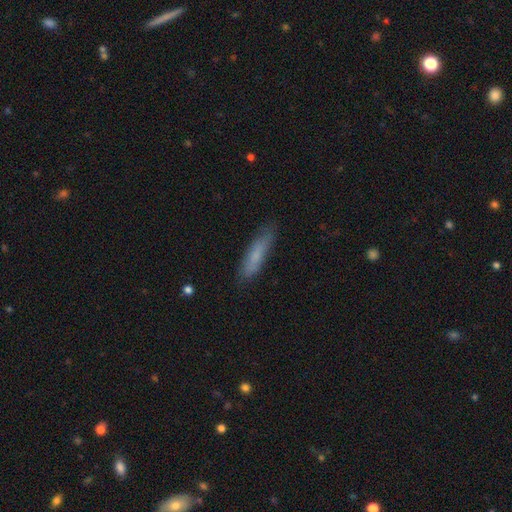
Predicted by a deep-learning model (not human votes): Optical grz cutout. It shows a smooth galaxy with no disk features (73%) that is cigar-shaped (79%). Merging: none (79%).